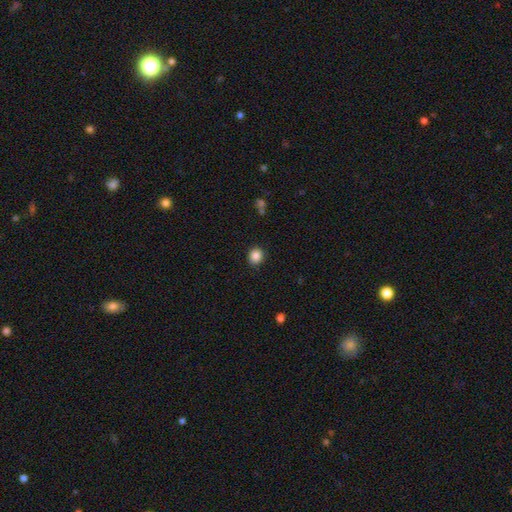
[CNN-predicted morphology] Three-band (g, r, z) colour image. It shows a smooth galaxy with no disk features (86%) that is round (81%). Merging: none (90%).